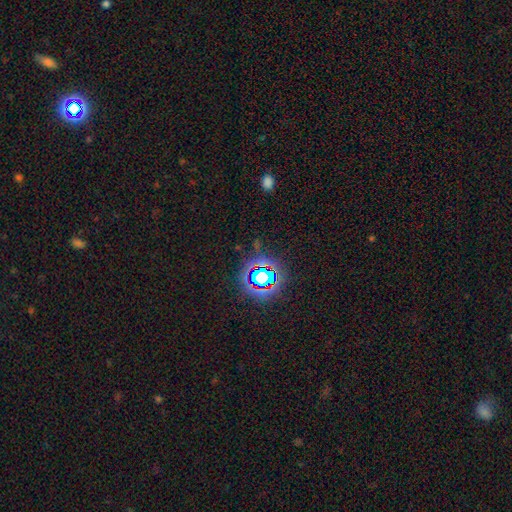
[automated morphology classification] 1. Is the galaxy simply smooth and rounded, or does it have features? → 79% star or artifact, 14% smooth, 7% featured or disk.